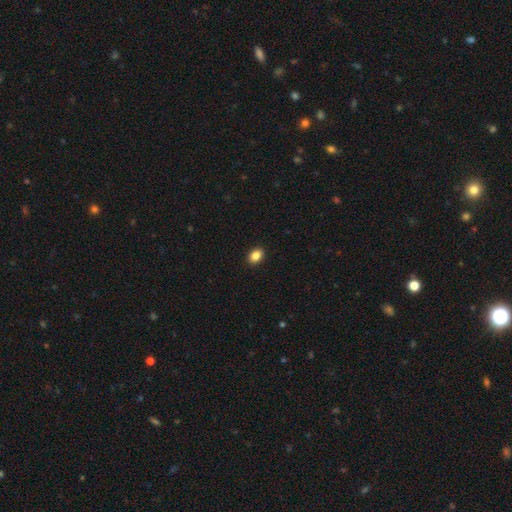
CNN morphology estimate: This is clearly a smooth galaxy (87%). How rounded: likely in between (75%). Merging: clearly none (91%).